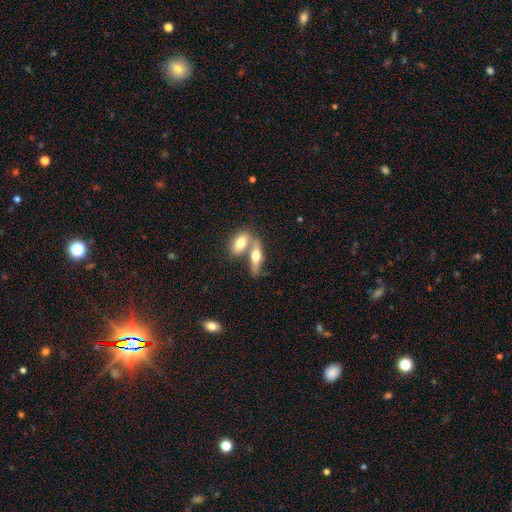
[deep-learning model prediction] Morphology: type=smooth (55%); roundness=in between (60%); merging=merger (54%).